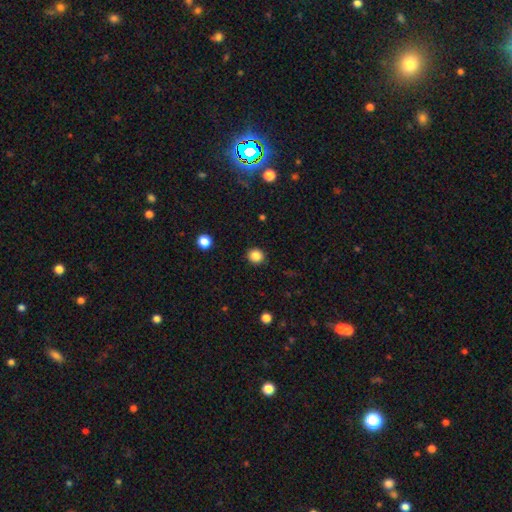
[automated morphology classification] smooth_or_featured: smooth (p=0.85) [alt: star or artifact p=0.11]
how_rounded: round (p=0.89) [alt: in between p=0.11]
merging: none (p=0.91) [alt: minor disturbance p=0.06]